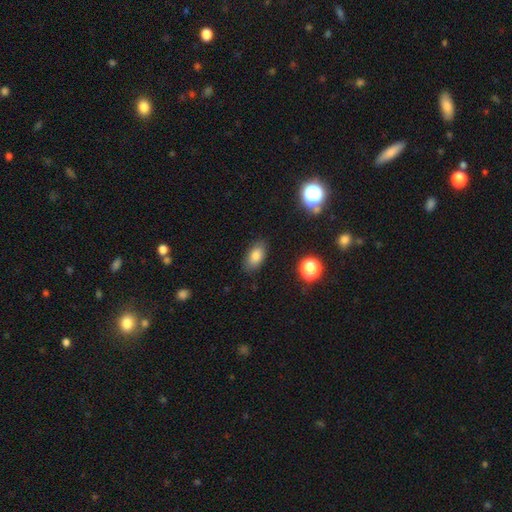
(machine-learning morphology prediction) smooth 82%, star or artifact 10%, featured or disk 8%. Down the decision tree: how rounded — in between (89%); merging — none (84%).